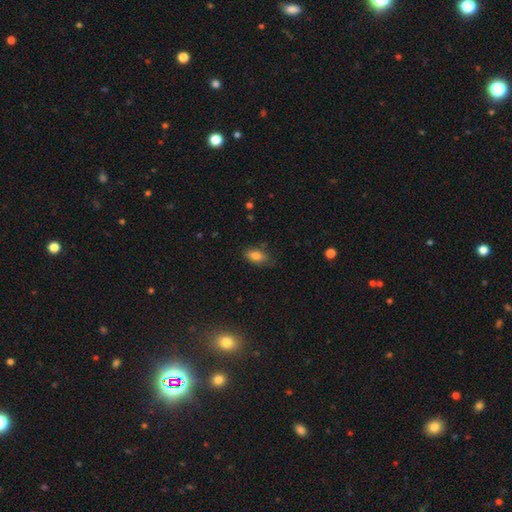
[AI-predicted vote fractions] Morphology: type=smooth (82%); roundness=in between (88%); merging=none (72%).